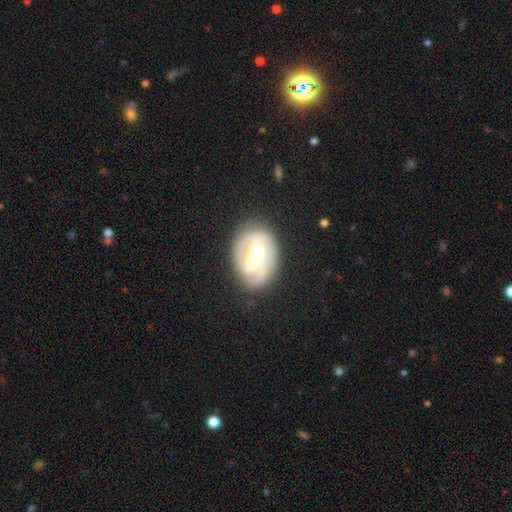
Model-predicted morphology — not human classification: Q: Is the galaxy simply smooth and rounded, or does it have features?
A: featured or disk — 80%.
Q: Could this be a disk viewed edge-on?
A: no — 96%.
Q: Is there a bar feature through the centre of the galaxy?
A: strong — 61%.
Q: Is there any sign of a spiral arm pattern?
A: yes — 79%.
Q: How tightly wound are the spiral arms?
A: tight — 52%.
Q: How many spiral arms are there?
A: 2 — 69%.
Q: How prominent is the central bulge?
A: moderate — 54%.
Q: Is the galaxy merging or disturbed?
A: none — 72%.